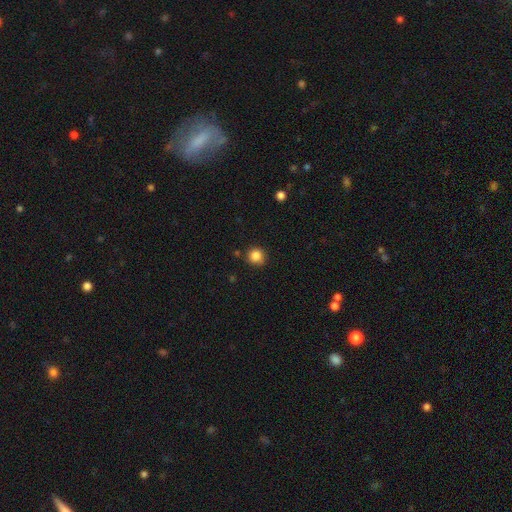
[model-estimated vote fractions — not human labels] smooth 85%, star or artifact 11%, featured or disk 4%. Down the decision tree: how rounded — round (91%); merging — none (84%).